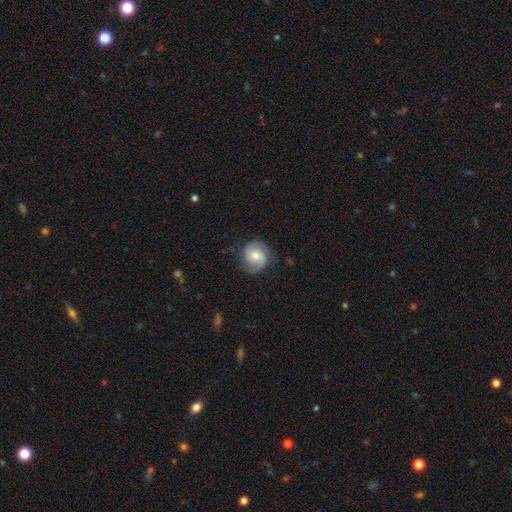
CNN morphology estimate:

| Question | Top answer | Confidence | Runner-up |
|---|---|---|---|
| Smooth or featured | featured or disk | 66% | smooth (27%) |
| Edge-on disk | no | 98% | yes (2%) |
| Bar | no | 59% | weak (35%) |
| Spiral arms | yes | 93% | no (7%) |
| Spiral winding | medium | 46% | tight (33%) |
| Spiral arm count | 2 | 82% | can't tell (7%) |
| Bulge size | moderate | 51% | small (41%) |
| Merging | none | 77% | minor disturbance (16%) |